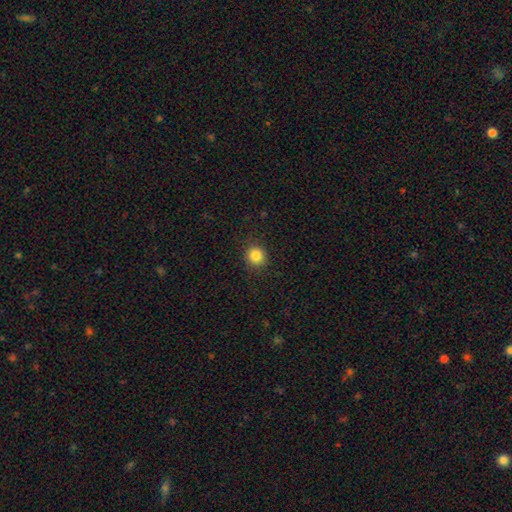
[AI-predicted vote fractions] Morphology: type=smooth (84%); roundness=round (88%); merging=none (89%).